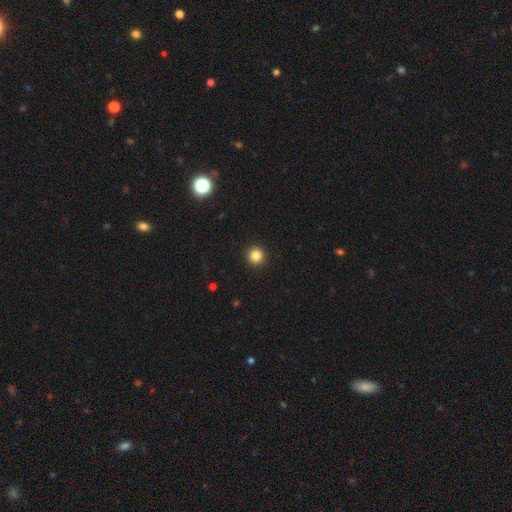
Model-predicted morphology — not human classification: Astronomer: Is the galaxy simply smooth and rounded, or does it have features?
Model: smooth — 83%.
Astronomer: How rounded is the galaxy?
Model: round — 95%.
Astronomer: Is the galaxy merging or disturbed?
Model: none — 93%.